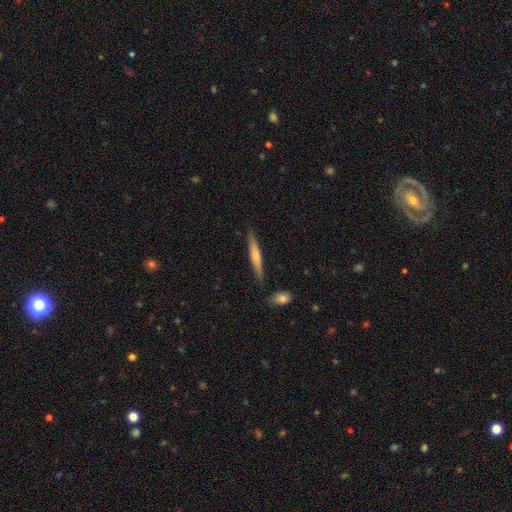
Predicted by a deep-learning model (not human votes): Q: Smooth or featured?
A: smooth (55%); runner-up: featured or disk (39%)
Q: How rounded?
A: cigar-shaped (94%); runner-up: in between (5%)
Q: Merging?
A: none (85%); runner-up: minor disturbance (10%)